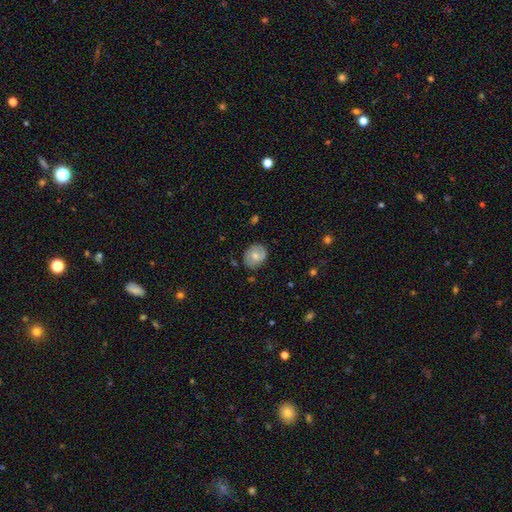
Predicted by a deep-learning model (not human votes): Smooth or featured?
  - smooth: 57% *
  - featured or disk: 36%
  - star or artifact: 7%
How rounded?
  - round: 63% *
  - in between: 36%
  - cigar-shaped: 1%
Merging?
  - none: 77% *
  - minor disturbance: 17%
  - major disturbance: 4%
  - merger: 2%